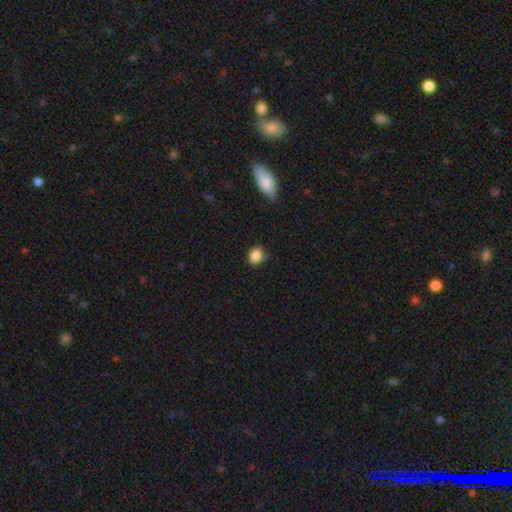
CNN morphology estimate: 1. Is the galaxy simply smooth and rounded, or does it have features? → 86% smooth, 10% star or artifact, 4% featured or disk.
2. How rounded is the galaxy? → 71% round, 28% in between, 1% cigar-shaped.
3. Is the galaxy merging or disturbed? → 75% none, 20% minor disturbance, 3% major disturbance, 2% merger.